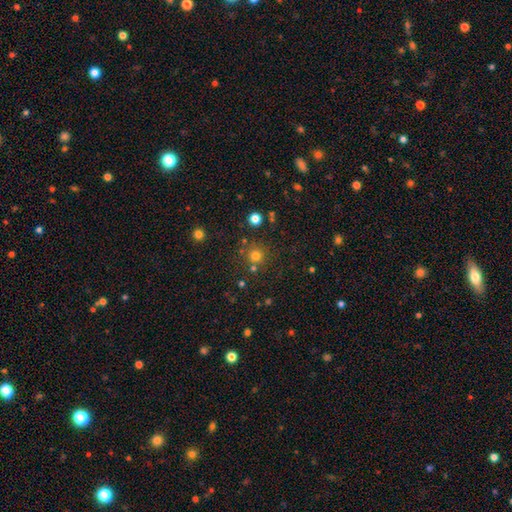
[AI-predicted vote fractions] The model was most divided on "smooth or featured": smooth: 74%, star or artifact: 19%, featured or disk: 7%. More confident: how rounded — round (93%); merging — none (77%).